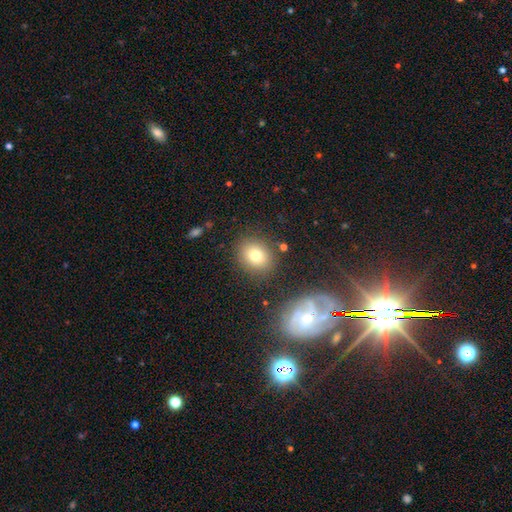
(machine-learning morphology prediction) This appears to be a smooth galaxy with no disk features (77%) that is round (63%). Merging: none (83%).